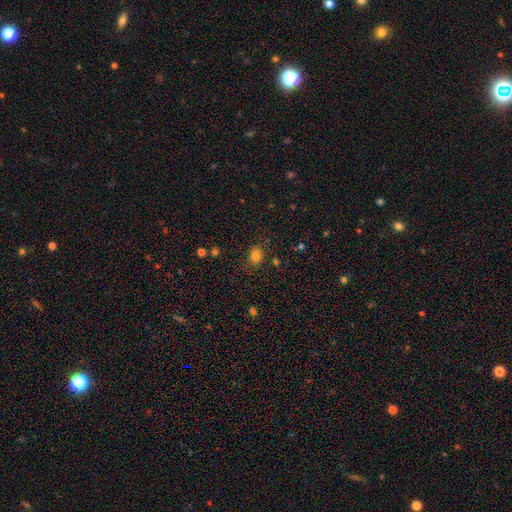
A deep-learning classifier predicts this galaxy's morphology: The model was most divided on "how rounded": in between: 56%, round: 43%, cigar-shaped: 1%. More confident: merging — none (80%); smooth or featured — smooth (79%).